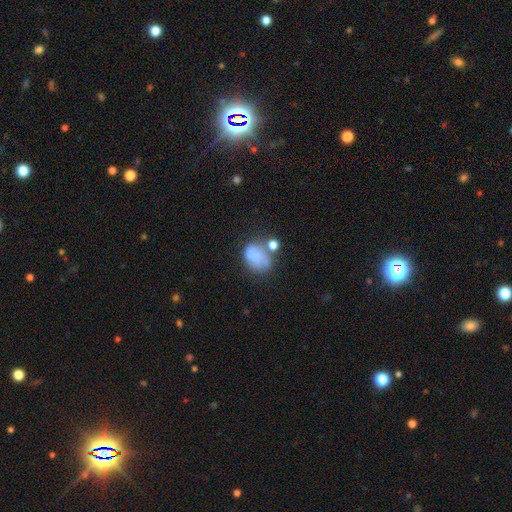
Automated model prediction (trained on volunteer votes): Q: Smooth or featured?
A: smooth (70%); runner-up: featured or disk (18%)
Q: How rounded?
A: in between (63%); runner-up: round (36%)
Q: Merging?
A: none (39%); runner-up: minor disturbance (25%)